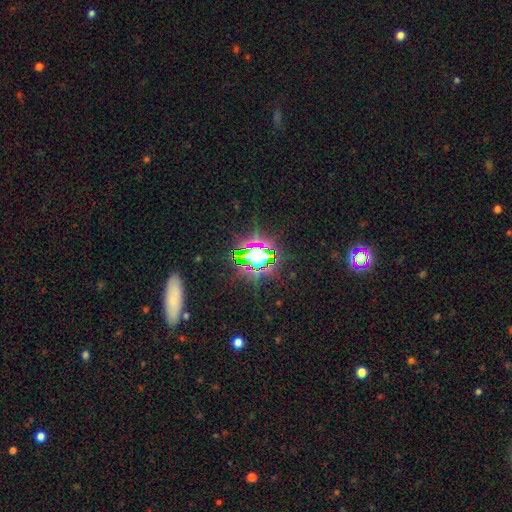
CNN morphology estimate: Smooth or featured?
  - star or artifact: 72% *
  - smooth: 17%
  - featured or disk: 12%